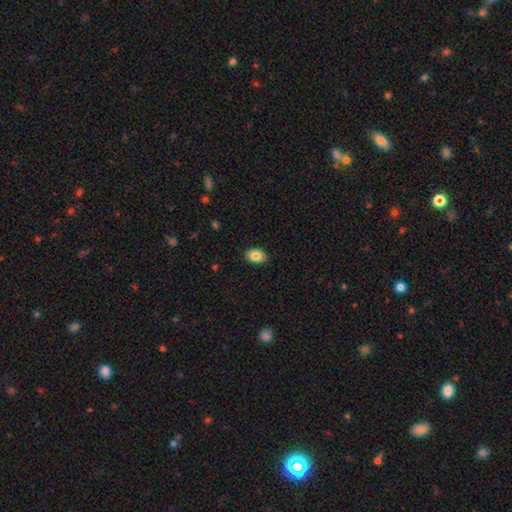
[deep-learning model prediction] Morphology: type=smooth (85%); roundness=in between (85%); merging=none (89%).